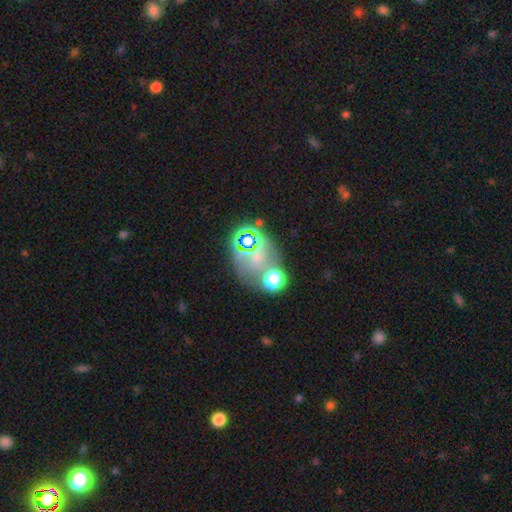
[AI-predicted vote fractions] A star or artifact, not a galaxy (49%).